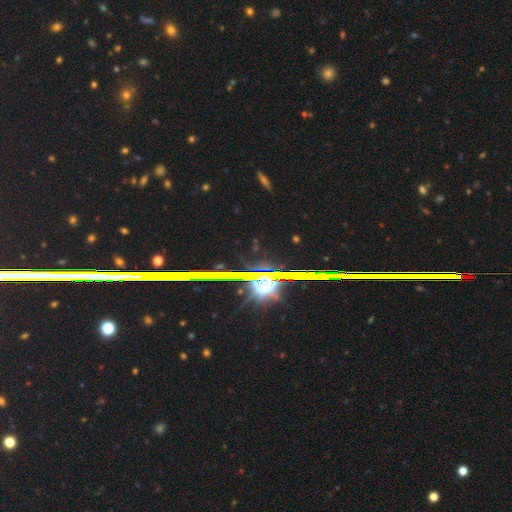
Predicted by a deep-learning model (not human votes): smooth-or-featured: star or artifact: 78% | featured or disk: 13% | smooth: 9%